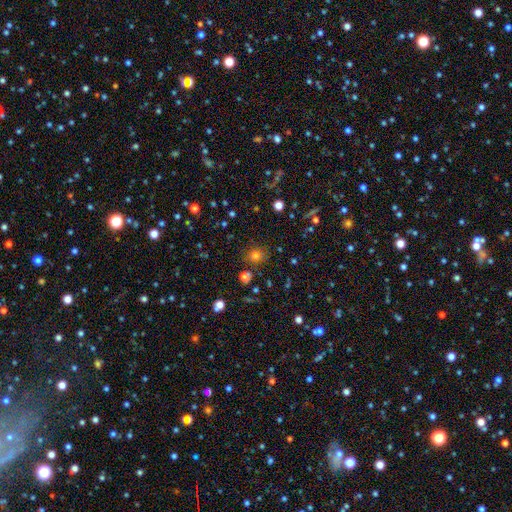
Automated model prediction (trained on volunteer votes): Smooth or featured? smooth (74%)
How rounded? round (80%)
Merging? none (81%)